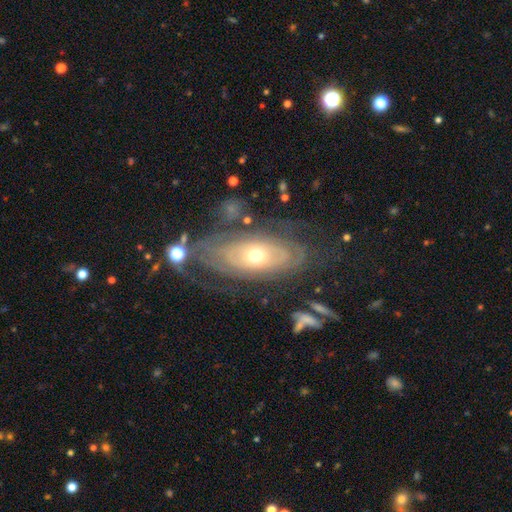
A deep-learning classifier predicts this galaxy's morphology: A featured or disk galaxy (74%) with no bar (85%), spiral arms (71%) and a moderate central bulge (58%). Merging: none (60%).